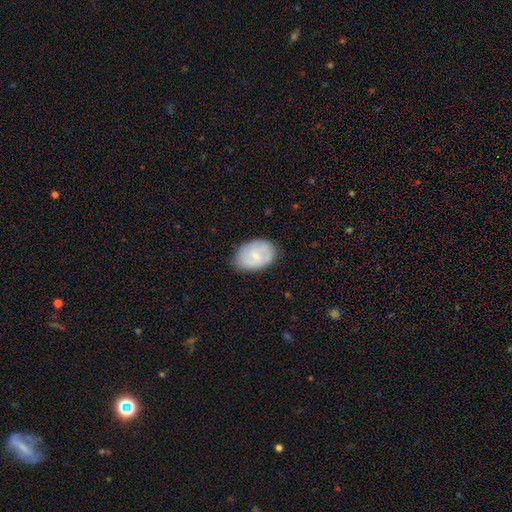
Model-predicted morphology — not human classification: A featured or disk galaxy (49%).

Vote fractions:
- Smooth or featured? featured or disk: 49% / smooth: 44% / star or artifact: 6%
- Merging? none: 76% / minor disturbance: 18% / major disturbance: 4% / merger: 1%